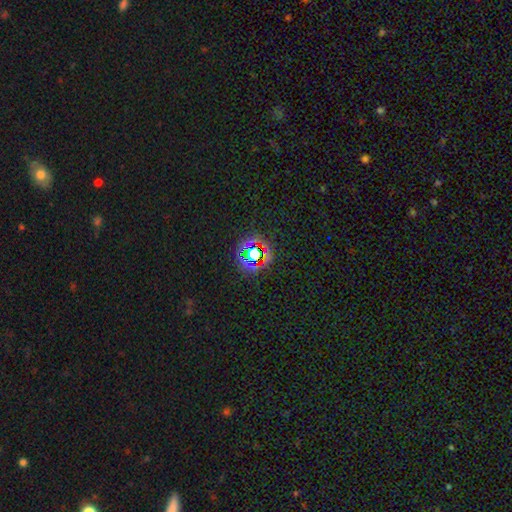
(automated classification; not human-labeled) star or artifact 65%, smooth 23%, featured or disk 12%.